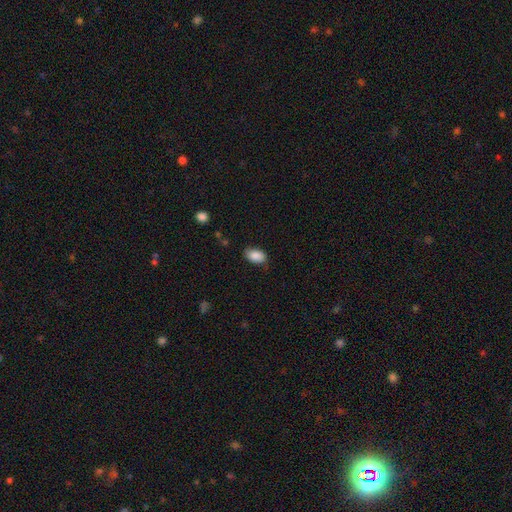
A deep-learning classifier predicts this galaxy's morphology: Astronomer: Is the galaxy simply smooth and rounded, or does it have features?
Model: smooth — 88%.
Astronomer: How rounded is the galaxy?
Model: in between — 91%.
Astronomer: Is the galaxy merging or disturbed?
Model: none — 76%.